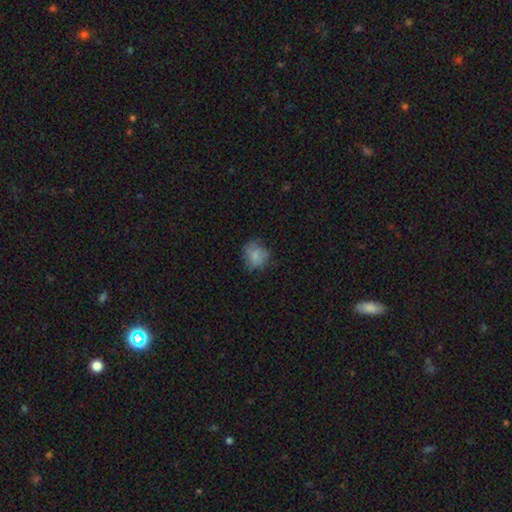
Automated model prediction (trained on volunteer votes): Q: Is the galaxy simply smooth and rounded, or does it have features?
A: smooth — 76%.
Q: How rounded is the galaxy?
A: round — 75%.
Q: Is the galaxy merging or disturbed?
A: none — 65%.